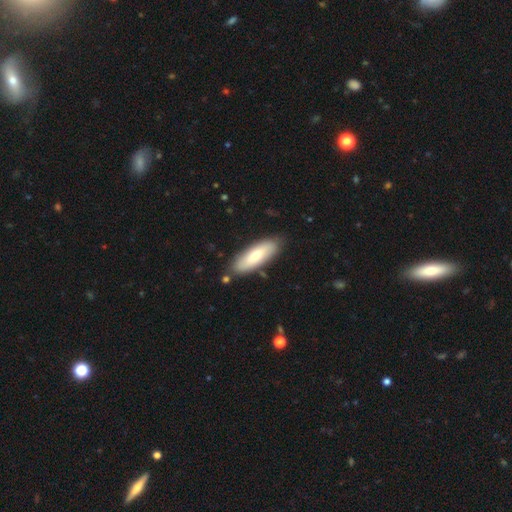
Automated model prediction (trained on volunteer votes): smooth-or-featured: smooth: 70% | featured or disk: 25% | star or artifact: 5%
  how-rounded: in between: 60% | cigar-shaped: 38% | round: 2%
  merging: none: 82% | minor disturbance: 12% | merger: 3% | major disturbance: 3%